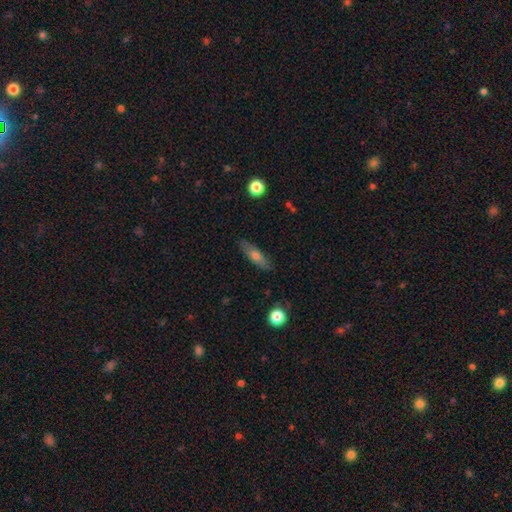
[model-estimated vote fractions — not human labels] Overall: smooth (61%; featured or disk 32%). How rounded: cigar-shaped (49%; in between 48%). Merging: none (83%).